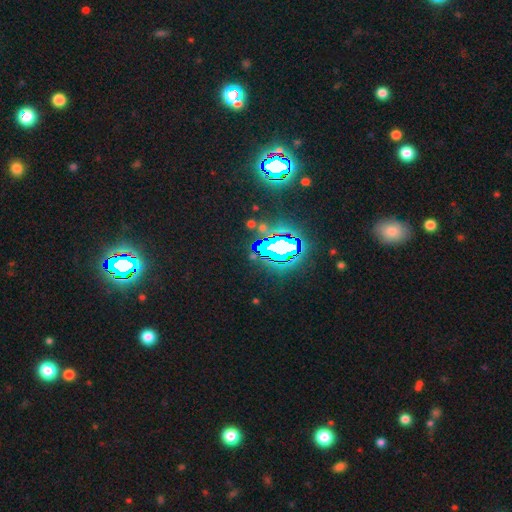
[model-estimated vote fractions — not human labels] Smooth or featured? star or artifact (78%)